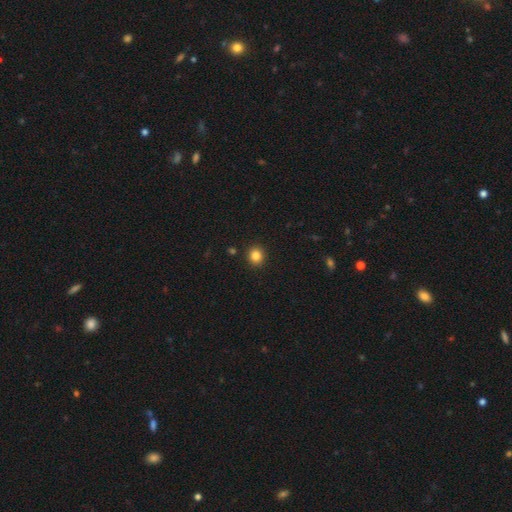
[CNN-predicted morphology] Overall: smooth (84%). How rounded: round (85%). Merging: none (91%).